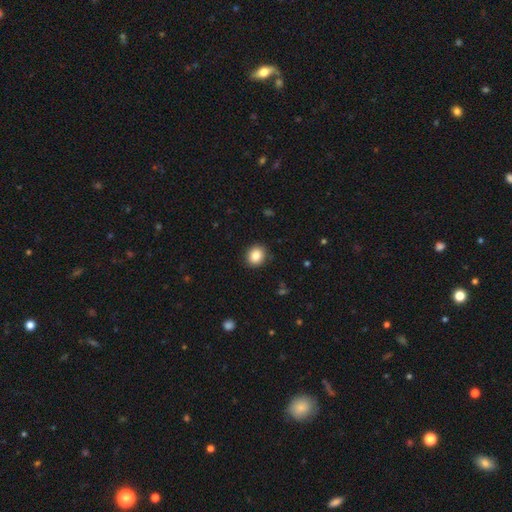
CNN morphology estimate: A smooth galaxy with no disk features (86%) that is round (69%). Merging: none (89%).